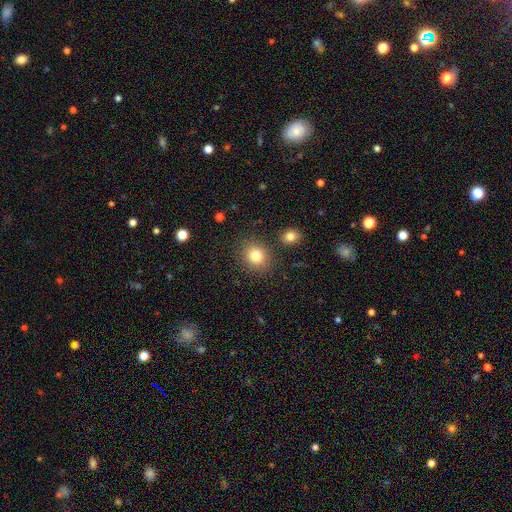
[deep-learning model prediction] smooth 81%, star or artifact 11%, featured or disk 7%. Down the decision tree: how rounded — round (76%); merging — none (85%).